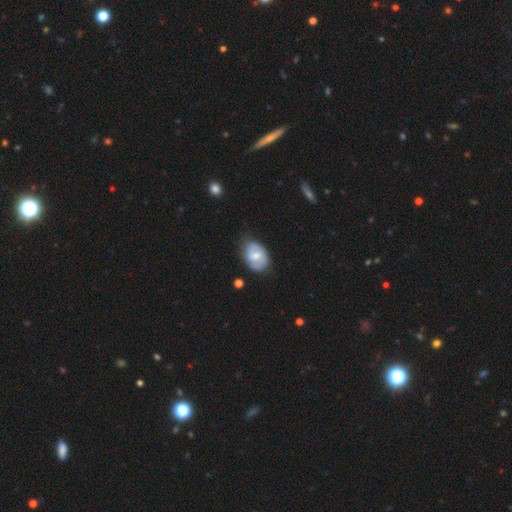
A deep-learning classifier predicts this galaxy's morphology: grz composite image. It shows a featured or disk galaxy (50%). Merging: none (67%).